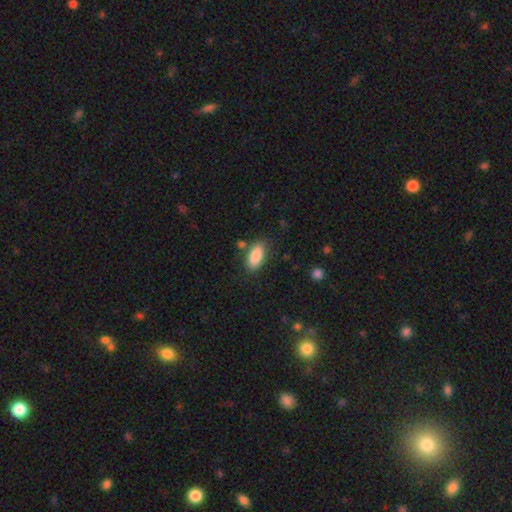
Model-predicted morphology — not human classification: A smooth galaxy with no disk features (87%) that is in between round and cigar-shaped (88%). Merging: none (79%).